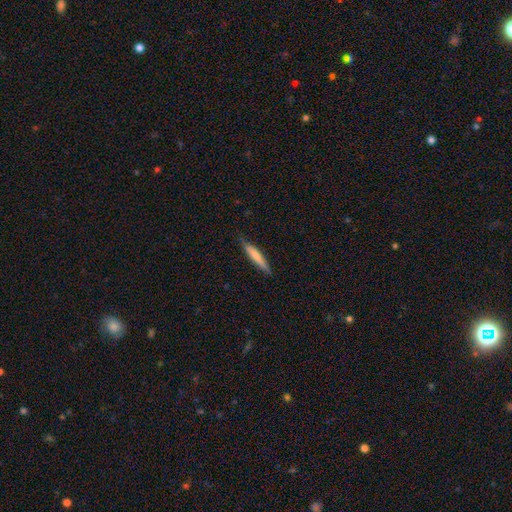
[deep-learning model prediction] Overall: smooth (67%; featured or disk 28%). How rounded: cigar-shaped (92%). Merging: none (81%).